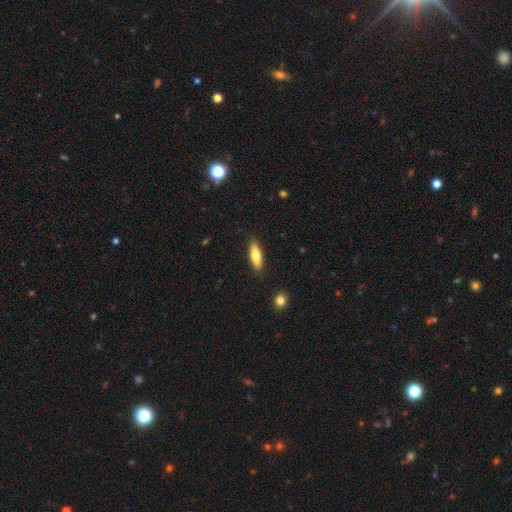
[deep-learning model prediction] This appears to be a smooth galaxy with no disk features (75%) that is in between round and cigar-shaped (52%). Merging: none (88%).